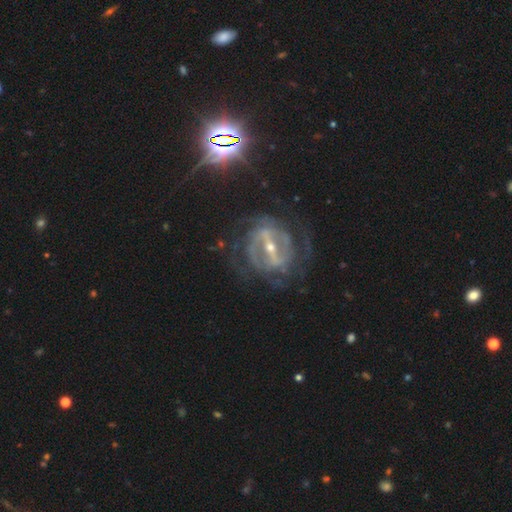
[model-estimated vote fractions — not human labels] Morphology: type=featured or disk (88%); edge-on=no (92%); bar=strong (79%); spiral arms=yes (90%); winding=tight (49%); arm count=2 (41%); bulge=small (58%); merging=none (70%).